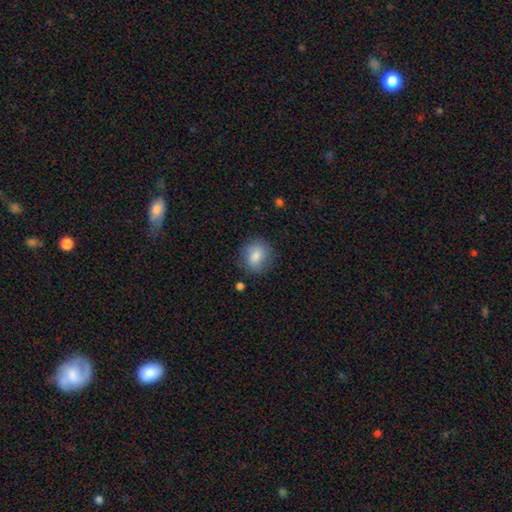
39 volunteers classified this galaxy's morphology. smooth-or-featured: smooth: 79% | featured or disk: 13% | star or artifact: 8%
  how-rounded: round: 74% | in between: 23% | cigar-shaped: 3%
  merging: none: 61% | minor disturbance: 25% | major disturbance: 11% | merger: 3%